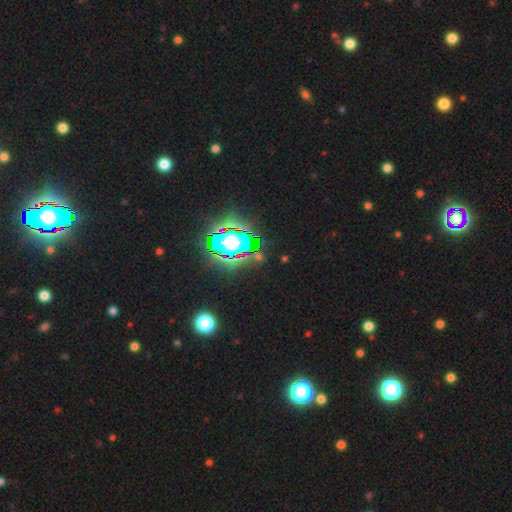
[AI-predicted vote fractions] A star or artifact, not a galaxy (70%).

Vote fractions:
- Smooth or featured? star or artifact: 70% / smooth: 17% / featured or disk: 13%